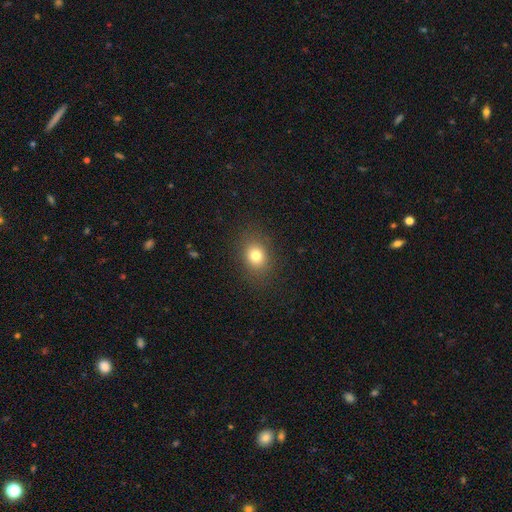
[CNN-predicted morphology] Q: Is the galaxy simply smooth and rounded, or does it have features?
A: smooth — 78%.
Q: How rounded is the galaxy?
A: round — 57%.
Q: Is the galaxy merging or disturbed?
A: none — 86%.